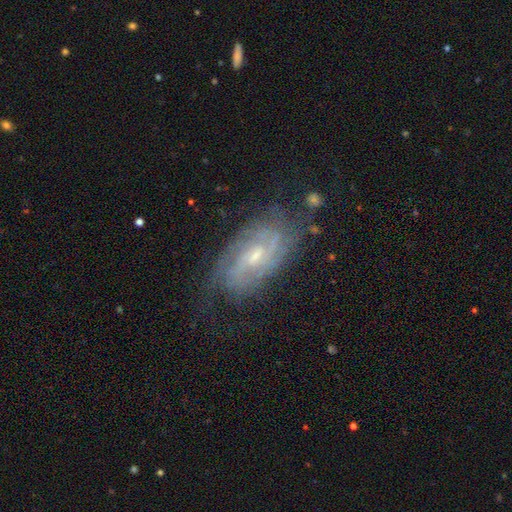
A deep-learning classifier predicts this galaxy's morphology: smooth-or-featured: featured or disk: 78% | smooth: 14% | star or artifact: 8%
  disk-edge-on: no: 93% | yes: 7%
    bar: weak: 47% | no: 43% | strong: 11%
    has-spiral-arms: yes: 92% | no: 8%
      spiral-winding: tight: 55% | medium: 34% | loose: 11%
      spiral-arm-count: can't tell: 40% | 2: 31% | 3: 12% | 4: 8% | 1: 4% | more than 4: 4%
    bulge-size: small: 57% | moderate: 37% | none: 3% | large: 2% | dominant: 1%
  merging: none: 70% | minor disturbance: 20% | major disturbance: 8% | merger: 2%